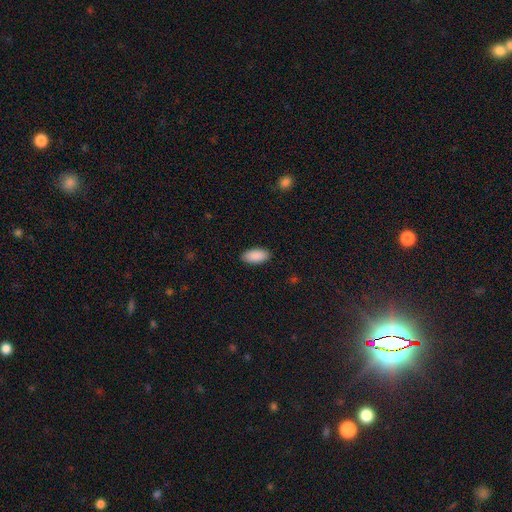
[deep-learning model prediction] Smooth or featured? smooth (91%)
How rounded? in between (94%)
Merging? none (90%)